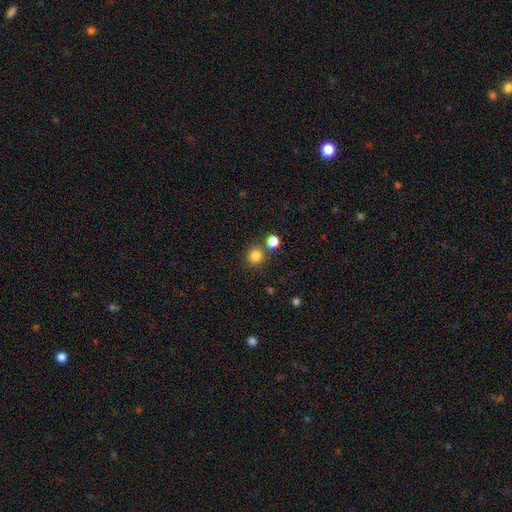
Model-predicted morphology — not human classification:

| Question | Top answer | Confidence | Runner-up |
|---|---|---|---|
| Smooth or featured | smooth | 83% | star or artifact (12%) |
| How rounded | round | 90% | in between (9%) |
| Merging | none | 77% | merger (12%) |